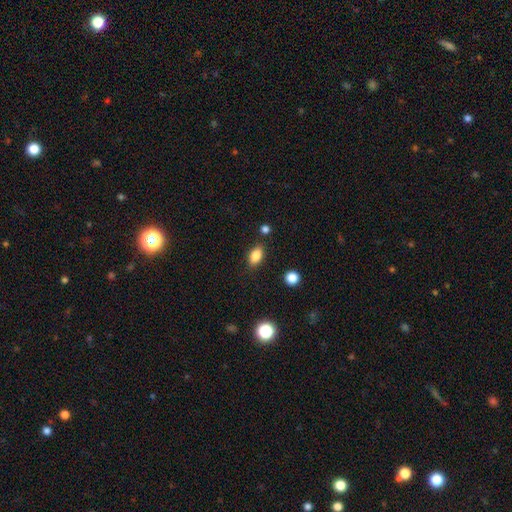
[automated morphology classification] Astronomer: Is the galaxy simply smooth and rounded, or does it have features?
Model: smooth — 85%.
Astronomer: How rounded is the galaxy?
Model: in between — 87%.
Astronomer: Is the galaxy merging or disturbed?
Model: none — 84%.